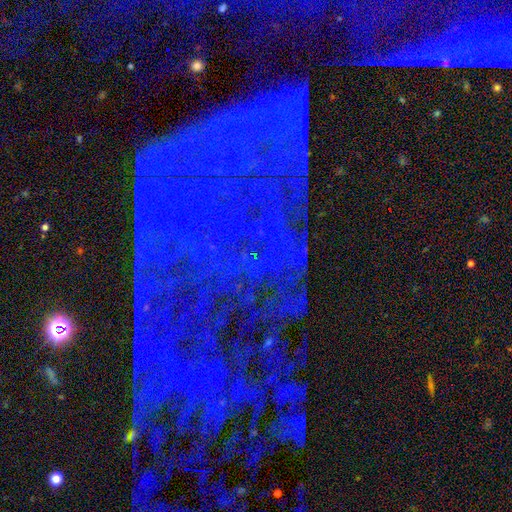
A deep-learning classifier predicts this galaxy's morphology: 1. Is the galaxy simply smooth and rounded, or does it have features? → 80% star or artifact, 11% featured or disk, 9% smooth.